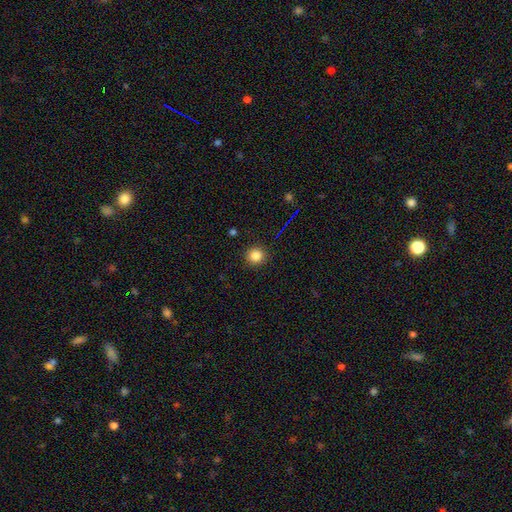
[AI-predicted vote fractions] This appears to be a smooth galaxy with no disk features (83%) that is round (93%). Merging: none (92%).